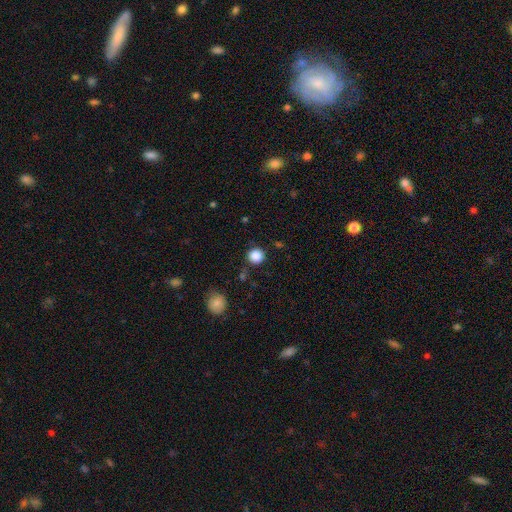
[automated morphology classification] type=smooth (87%); roundness=round (94%); merging=none (88%).